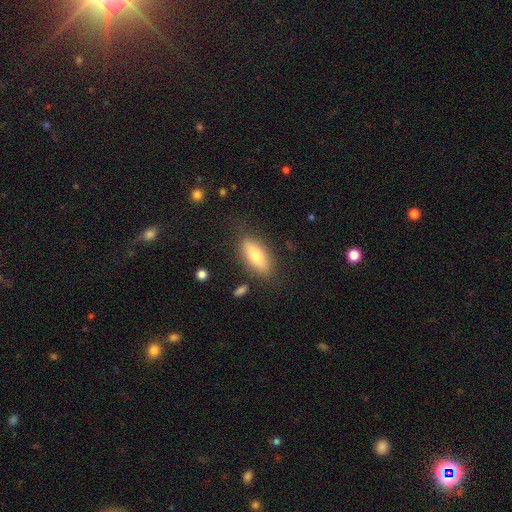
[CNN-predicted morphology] A smooth galaxy with no disk features (72%) that is in between round and cigar-shaped (76%). Merging: none (81%).